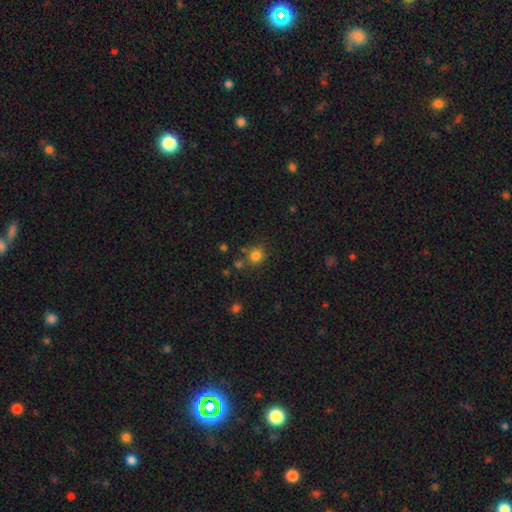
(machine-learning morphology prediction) Q: Smooth or featured?
A: smooth (81%); runner-up: star or artifact (13%)
Q: How rounded?
A: round (83%); runner-up: in between (16%)
Q: Merging?
A: none (73%); runner-up: minor disturbance (12%)